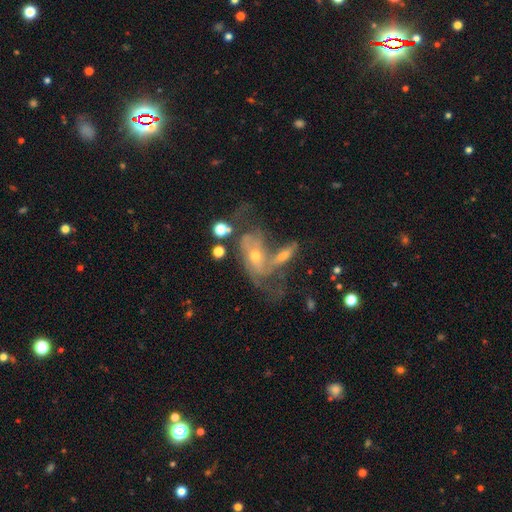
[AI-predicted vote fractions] Smooth or featured?
  - featured or disk: 72% *
  - smooth: 19%
  - star or artifact: 9%
Edge-on disk?
  - no: 91% *
  - yes: 9%
Bar?
  - no: 67% *
  - weak: 26%
  - strong: 8%
Spiral arms?
  - yes: 77% *
  - no: 23%
Spiral winding?
  - medium: 39% *
  - tight: 33%
  - loose: 28%
Spiral arm count?
  - 2: 42% *
  - can't tell: 38%
  - 3: 8%
  - 1: 7%
  - 4: 3%
  - more than 4: 3%
Bulge size?
  - small: 52% *
  - moderate: 43%
  - large: 2%
  - none: 2%
  - dominant: 1%
Merging?
  - merger: 42% *
  - none: 24%
  - major disturbance: 21%
  - minor disturbance: 14%